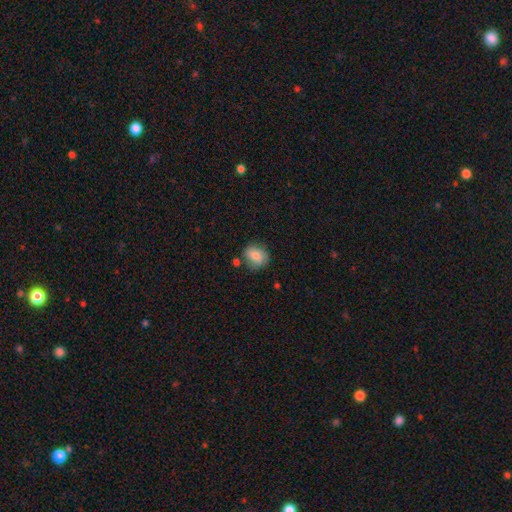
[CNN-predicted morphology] A smooth galaxy with no disk features (78%) that is round (61%).

Vote fractions:
- Smooth or featured? smooth: 78% / featured or disk: 14% / star or artifact: 8%
- How rounded? round: 61% / in between: 38% / cigar-shaped: 1%
- Merging? none: 70% / minor disturbance: 19% / merger: 6% / major disturbance: 5%